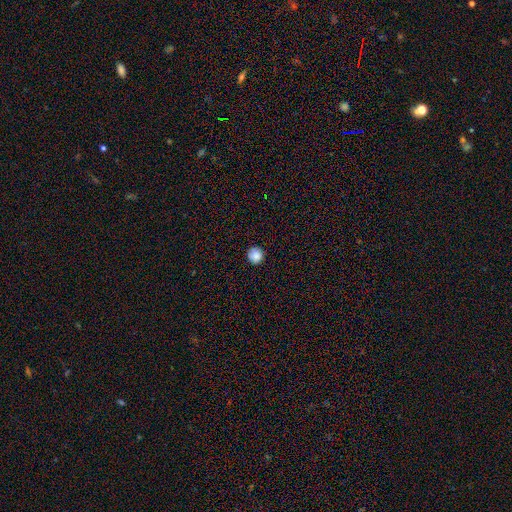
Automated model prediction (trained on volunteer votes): smooth-or-featured: smooth: 86% | star or artifact: 10% | featured or disk: 4%
  how-rounded: round: 91% | in between: 8% | cigar-shaped: 1%
  merging: none: 87% | minor disturbance: 10% | major disturbance: 2% | merger: 1%